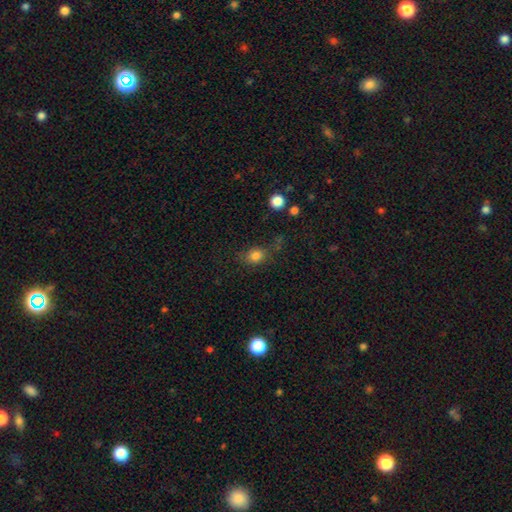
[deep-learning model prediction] Smooth or featured?
  - smooth: 80% *
  - star or artifact: 13%
  - featured or disk: 7%
How rounded?
  - round: 54% *
  - in between: 44%
  - cigar-shaped: 1%
Merging?
  - none: 70% *
  - minor disturbance: 18%
  - major disturbance: 8%
  - merger: 4%